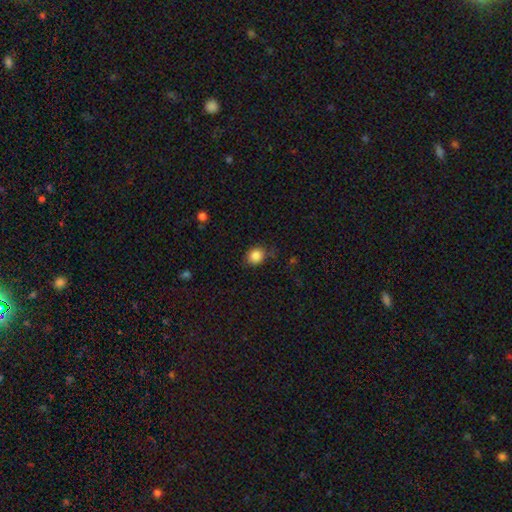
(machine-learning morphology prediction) Smooth or featured? smooth (85%)
How rounded? round (70%)
Merging? none (79%)